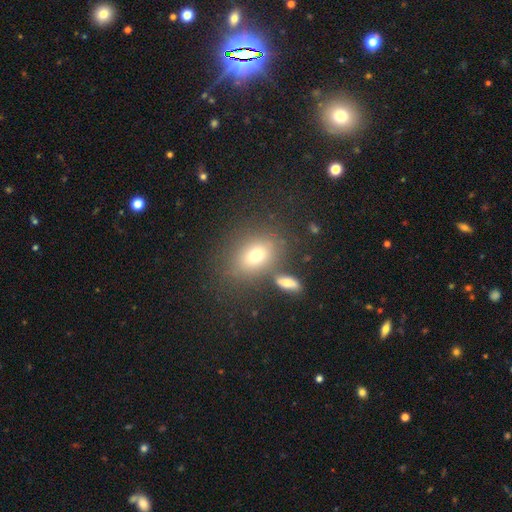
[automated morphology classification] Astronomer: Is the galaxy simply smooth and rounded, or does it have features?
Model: smooth — 72%.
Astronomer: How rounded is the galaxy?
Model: in between — 68%.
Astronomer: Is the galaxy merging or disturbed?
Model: none — 70%.